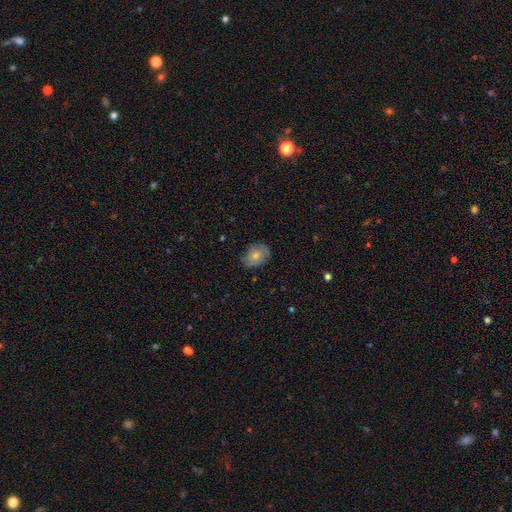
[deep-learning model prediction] smooth_or_featured: smooth (p=0.68) [alt: featured or disk p=0.24]
how_rounded: in between (p=0.72) [alt: round p=0.27]
merging: none (p=0.73) [alt: minor disturbance p=0.22]